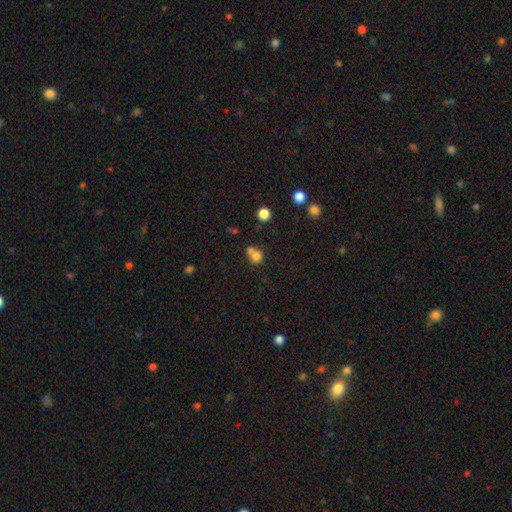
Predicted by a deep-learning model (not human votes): This appears to be a smooth galaxy with no disk features (74%) that is round (78%). Merging: merger (52%).